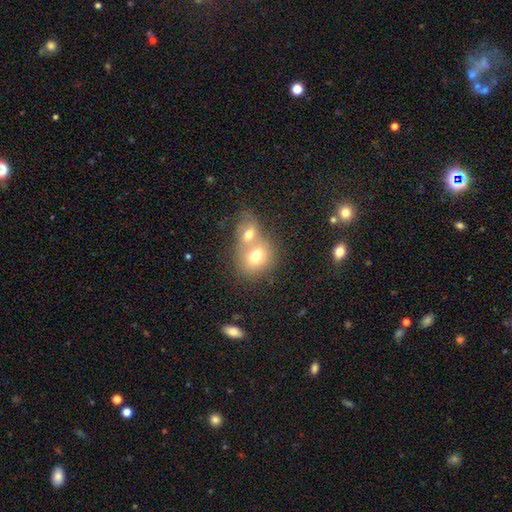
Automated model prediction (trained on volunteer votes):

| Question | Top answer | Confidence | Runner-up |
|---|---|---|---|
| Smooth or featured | smooth | 69% | featured or disk (21%) |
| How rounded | round | 59% | in between (40%) |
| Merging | merger | 63% | none (27%) |